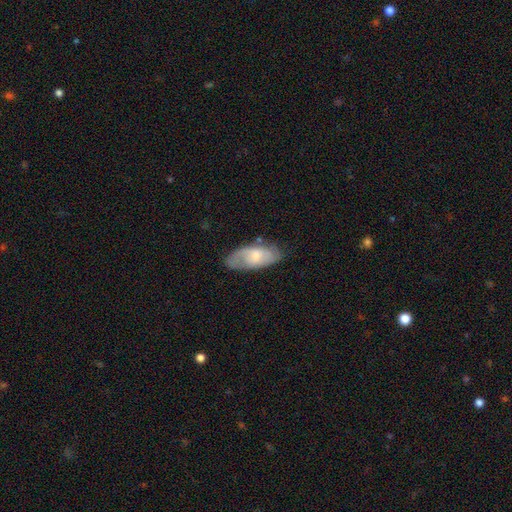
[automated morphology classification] A smooth galaxy with no disk features (50%).

Vote fractions:
- Smooth or featured? smooth: 50% / featured or disk: 45% / star or artifact: 6%
- Merging? none: 68% / minor disturbance: 23% / major disturbance: 6% / merger: 2%